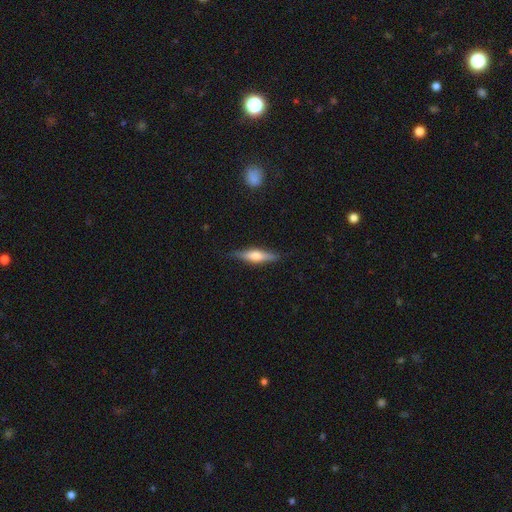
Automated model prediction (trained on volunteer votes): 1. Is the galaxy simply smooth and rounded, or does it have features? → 54% featured or disk, 40% smooth, 6% star or artifact.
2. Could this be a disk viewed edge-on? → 95% yes, 5% no.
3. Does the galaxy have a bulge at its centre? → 85% rounded, 10% boxy, 4% none.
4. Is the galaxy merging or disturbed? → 86% none, 11% minor disturbance, 2% major disturbance, 1% merger.